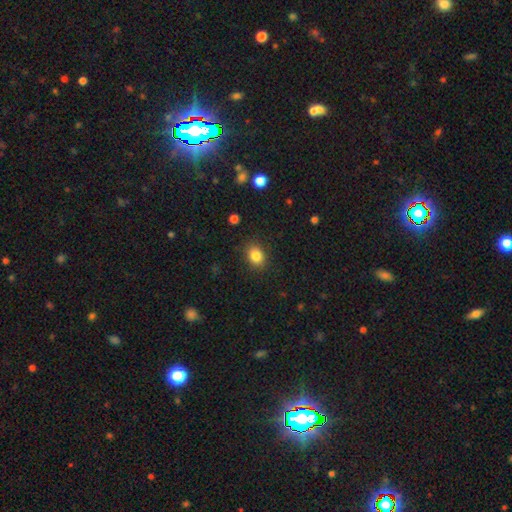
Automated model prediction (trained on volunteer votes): This is clearly a smooth galaxy (85%). How rounded: possibly in between (51%). Merging: clearly none (86%).